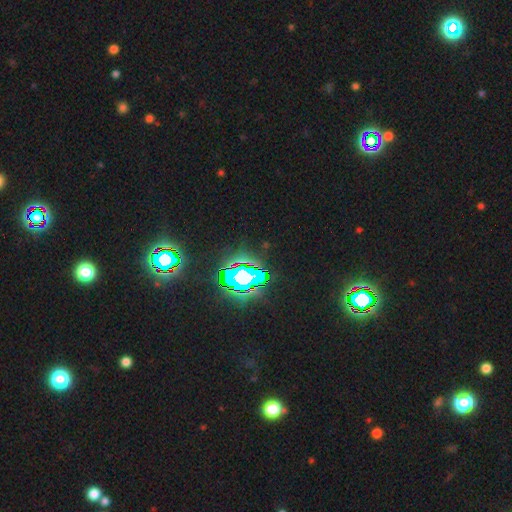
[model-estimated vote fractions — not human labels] smooth_or_featured: star or artifact (p=0.83) [alt: smooth p=0.10]